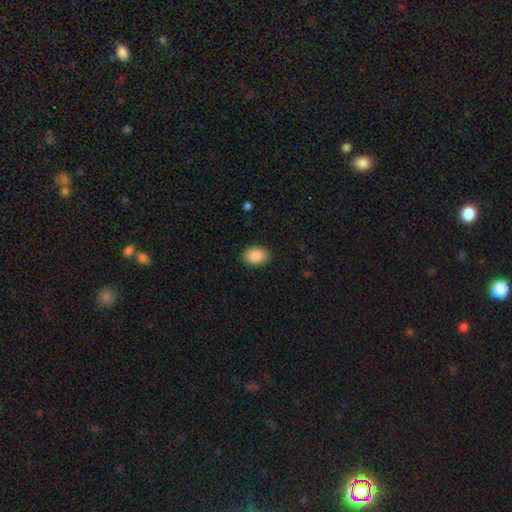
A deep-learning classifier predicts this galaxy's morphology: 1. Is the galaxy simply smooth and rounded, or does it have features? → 87% smooth, 7% star or artifact, 5% featured or disk.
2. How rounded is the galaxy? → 76% in between, 23% round, 1% cigar-shaped.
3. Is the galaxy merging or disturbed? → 89% none, 8% minor disturbance, 2% major disturbance, 1% merger.